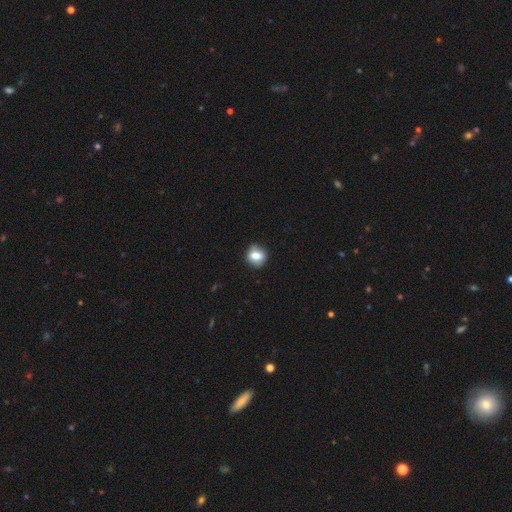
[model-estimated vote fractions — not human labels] Smooth or featured? Predicted: smooth (p=0.79). How rounded? Predicted: round (p=0.70). Merging? Predicted: none (p=0.78).